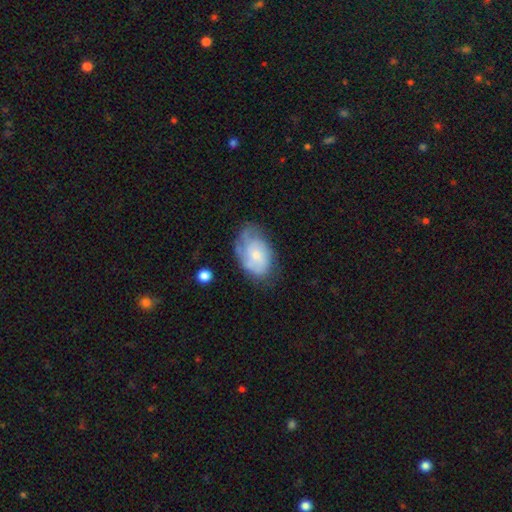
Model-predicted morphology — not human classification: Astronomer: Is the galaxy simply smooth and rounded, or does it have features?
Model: featured or disk — 52% (runner-up: smooth, 41%).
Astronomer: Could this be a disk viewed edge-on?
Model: no — 96%.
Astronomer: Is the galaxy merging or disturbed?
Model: none — 56%.